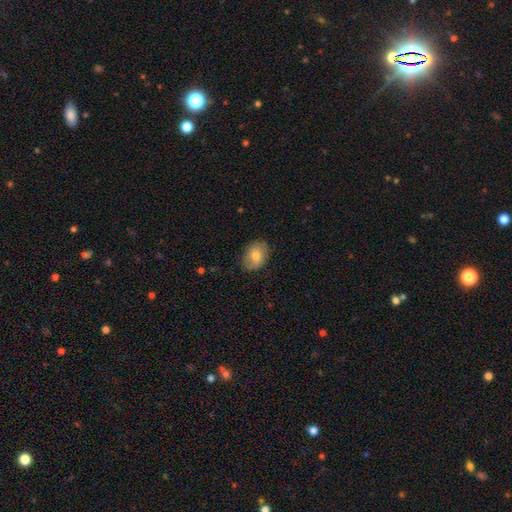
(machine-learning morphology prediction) This is likely a smooth galaxy (74%). How rounded: likely in between (72%). Merging: clearly none (81%).